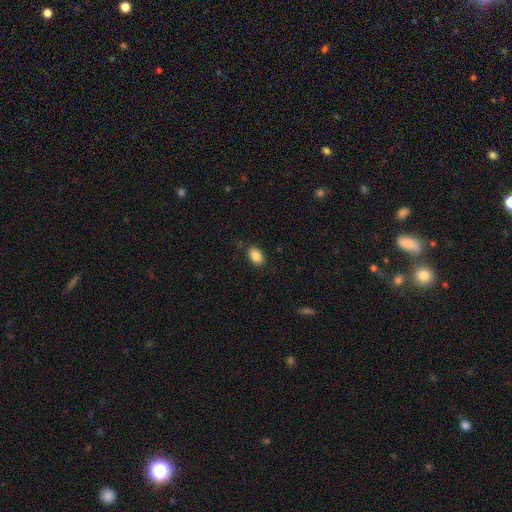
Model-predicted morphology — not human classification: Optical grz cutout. It shows a smooth galaxy with no disk features (86%) that is in between round and cigar-shaped (85%). Merging: none (83%).